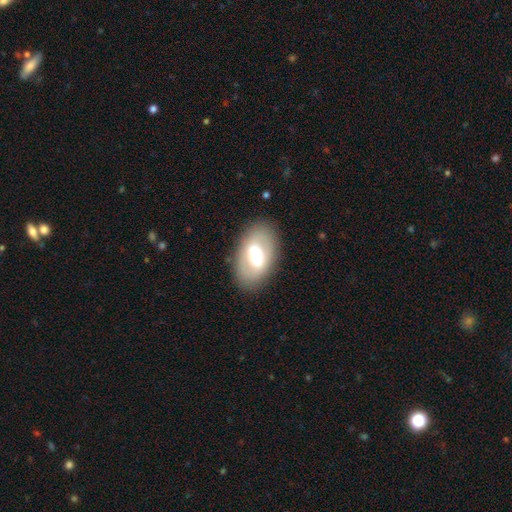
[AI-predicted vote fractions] This appears to be a featured or disk galaxy (47%). Merging: none (83%).